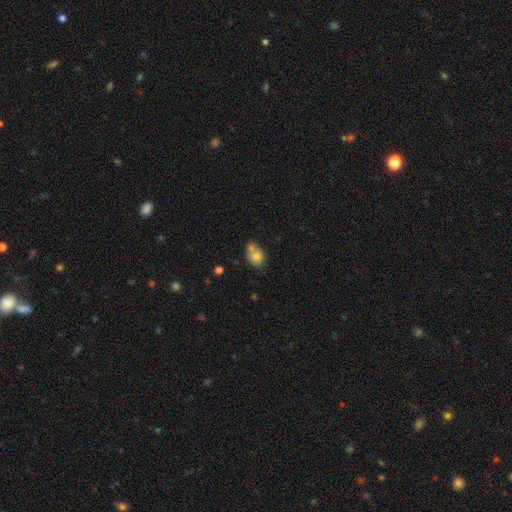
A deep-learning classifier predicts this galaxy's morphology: This appears to be a smooth galaxy with no disk features (76%) that is in between round and cigar-shaped (53%). Merging: merger (41%).